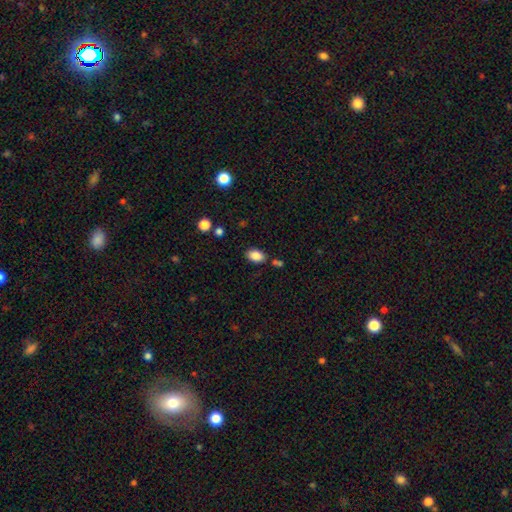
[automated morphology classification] Overall: smooth (86%). How rounded: in between (87%). Merging: none (77%).